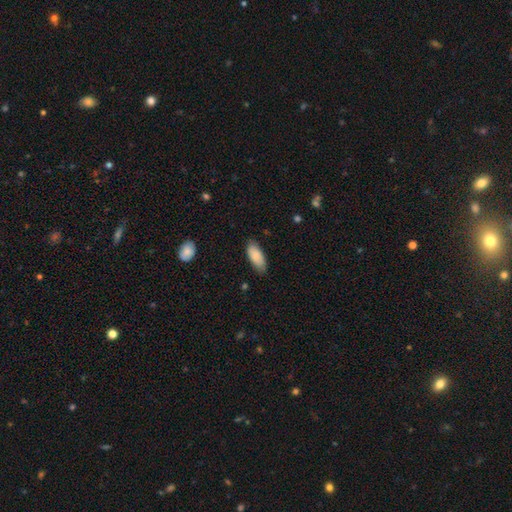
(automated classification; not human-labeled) Q: Smooth or featured?
A: smooth (85%); runner-up: featured or disk (9%)
Q: How rounded?
A: in between (86%); runner-up: cigar-shaped (12%)
Q: Merging?
A: none (79%); runner-up: minor disturbance (17%)